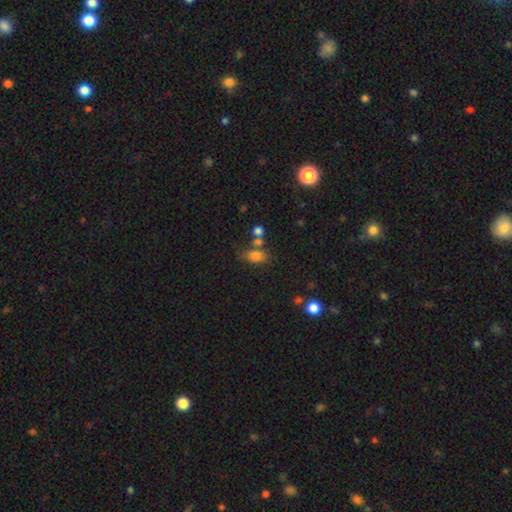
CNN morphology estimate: smooth 78%, star or artifact 13%, featured or disk 9%. Down the decision tree: how rounded — in between (80%); merging — none (54%).